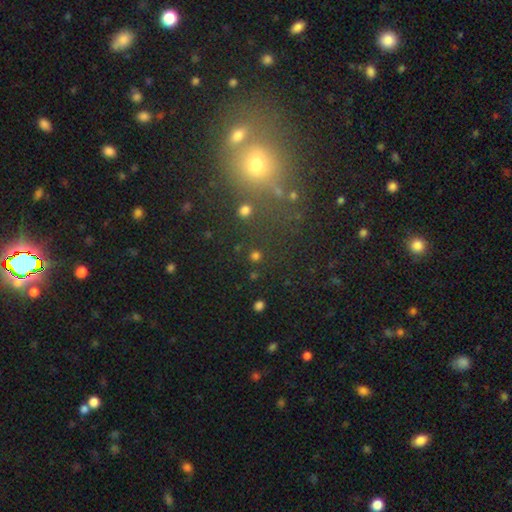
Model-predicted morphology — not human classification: Q: Smooth or featured?
A: smooth (63%); runner-up: star or artifact (30%)
Q: How rounded?
A: round (89%); runner-up: in between (9%)
Q: Merging?
A: none (83%); runner-up: minor disturbance (7%)